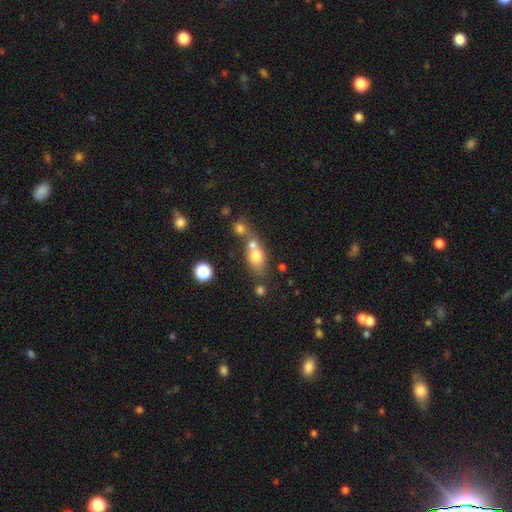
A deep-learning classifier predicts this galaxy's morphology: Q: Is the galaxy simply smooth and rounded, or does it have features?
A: smooth — 71%.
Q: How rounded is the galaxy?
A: in between — 61%.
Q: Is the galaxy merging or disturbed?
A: merger — 54%.